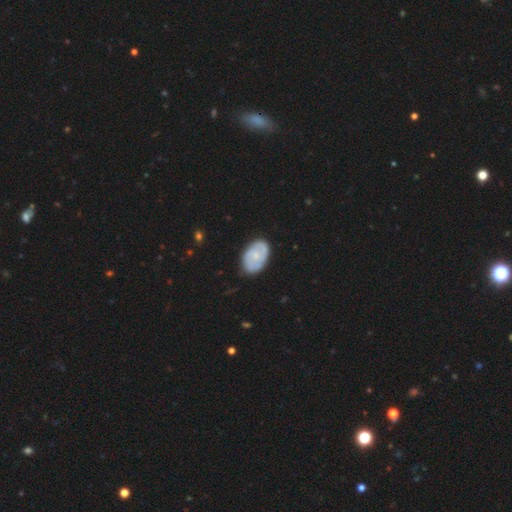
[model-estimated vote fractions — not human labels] This is possibly a featured or disk galaxy (58%). It is clearly not viewed edge-on (97%). Bar: likely no (67%). Spiral arm pattern: clearly yes (82%). Central bulge: likely small (65%). Merging: likely none (77%).